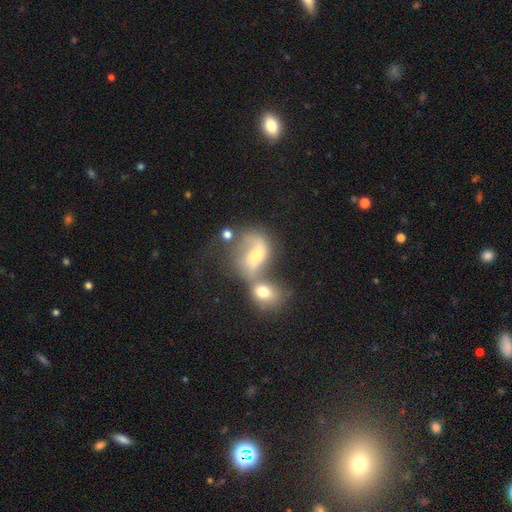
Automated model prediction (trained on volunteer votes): Overall: featured or disk (57%; smooth 32%). Edge-on disk: no (95%). Bar: no (41%; weak 40%). Spiral arms: yes (75%). Bulge size: moderate (50%; small 24%). Merging: merger (62%).